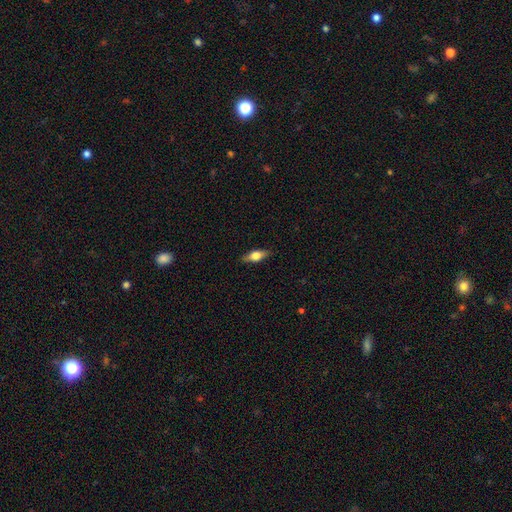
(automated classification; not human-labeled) This appears to be a smooth galaxy with no disk features (57%) that is in between round and cigar-shaped (69%). Merging: none (86%).